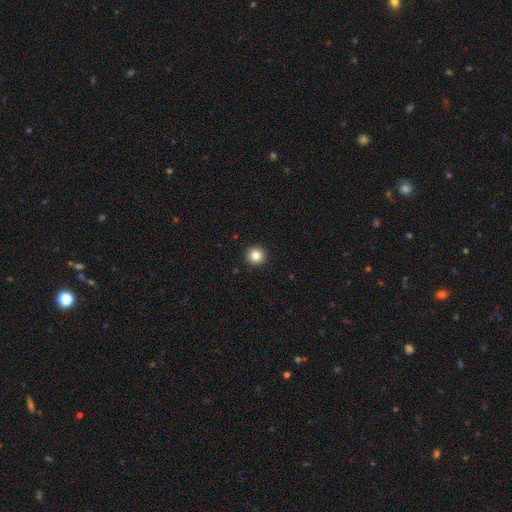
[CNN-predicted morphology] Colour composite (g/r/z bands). It shows a smooth galaxy with no disk features (84%) that is round (96%). Merging: none (93%).